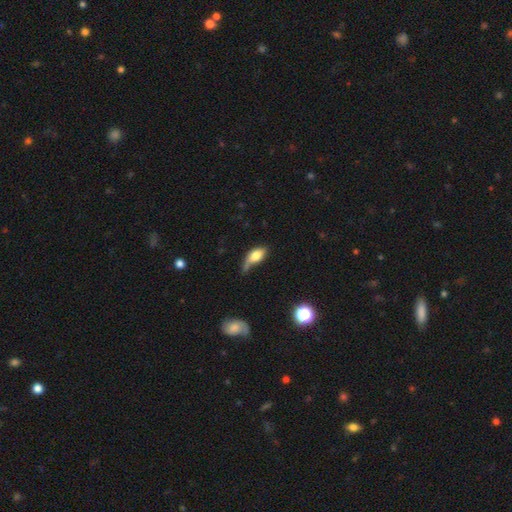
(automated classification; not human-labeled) This is likely a smooth galaxy (70%). How rounded: clearly in between (82%). Merging: marginally minor disturbance (35%).